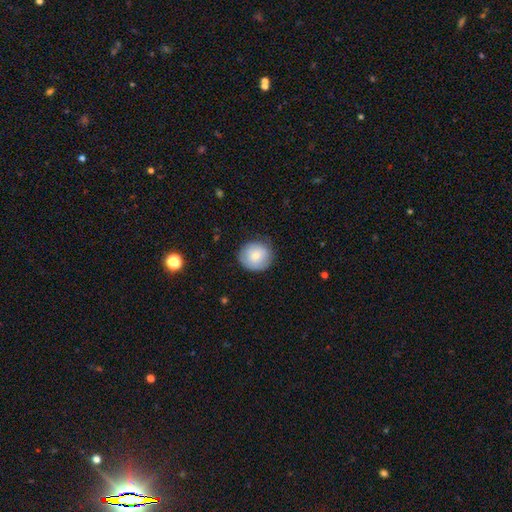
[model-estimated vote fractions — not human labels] smooth 77%, featured or disk 16%, star or artifact 7%. Down the decision tree: how rounded — round (87%); merging — none (81%).